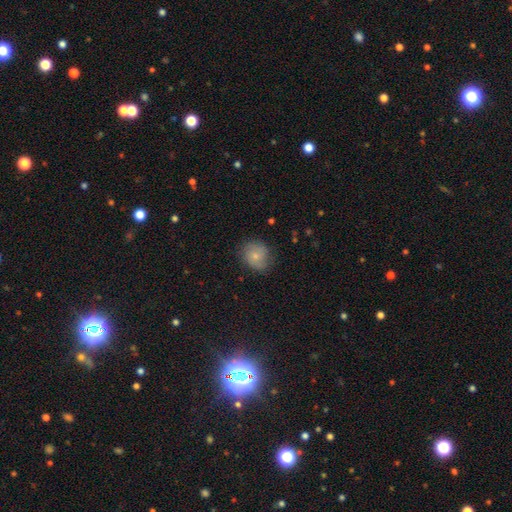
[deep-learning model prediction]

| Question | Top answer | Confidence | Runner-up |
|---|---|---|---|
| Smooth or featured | smooth | 66% | featured or disk (26%) |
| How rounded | round | 73% | in between (26%) |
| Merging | none | 74% | minor disturbance (19%) |